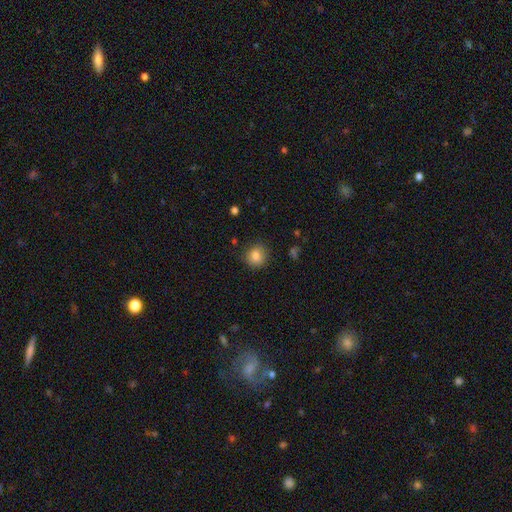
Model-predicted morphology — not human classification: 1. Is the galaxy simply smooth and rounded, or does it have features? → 83% smooth, 10% star or artifact, 6% featured or disk.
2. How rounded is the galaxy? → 85% round, 14% in between, 1% cigar-shaped.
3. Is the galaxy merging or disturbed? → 83% none, 12% minor disturbance, 3% major disturbance, 1% merger.